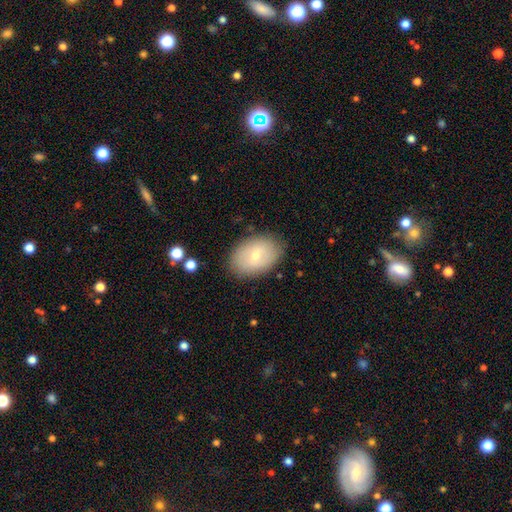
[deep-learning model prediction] Smooth or featured: smooth — 62% (featured or disk — 30%)
How rounded: in between — 84% (round — 14%)
Merging: none — 83% (minor disturbance — 12%)